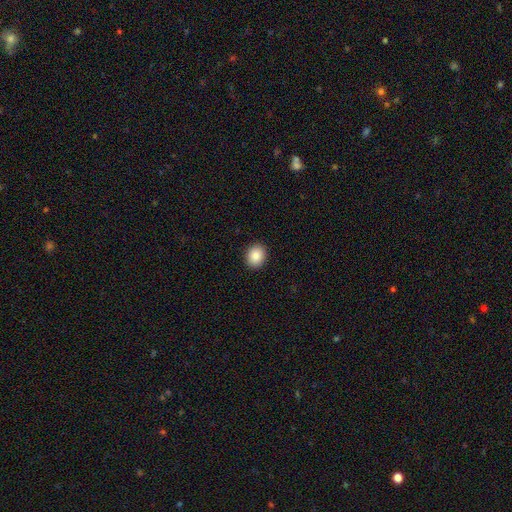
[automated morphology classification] smooth_or_featured: smooth (p=0.88) [alt: star or artifact p=0.08]
how_rounded: round (p=0.58) [alt: in between p=0.41]
merging: none (p=0.92) [alt: minor disturbance p=0.06]